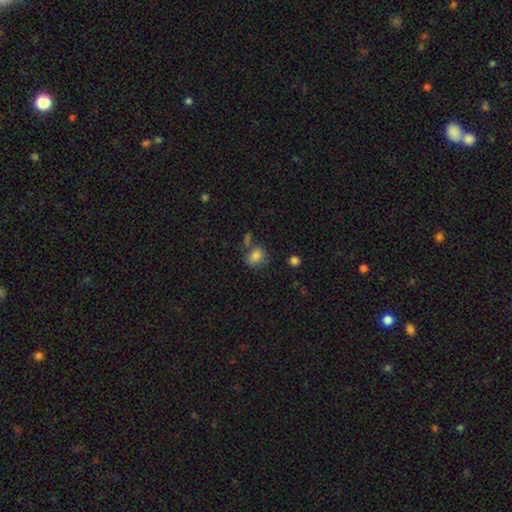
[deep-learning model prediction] This appears to be a smooth galaxy with no disk features (79%) that is in between round and cigar-shaped (54%). Merging: none (57%).